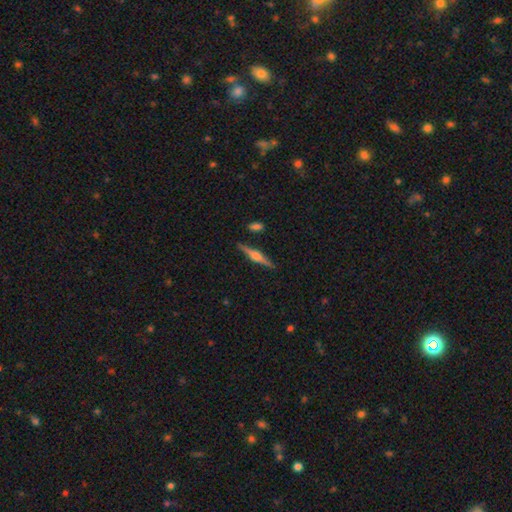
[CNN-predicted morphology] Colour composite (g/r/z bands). It shows a featured or disk galaxy (75%) viewed edge-on (98%) with a rounded central bulge (88%). Merging: none (89%).